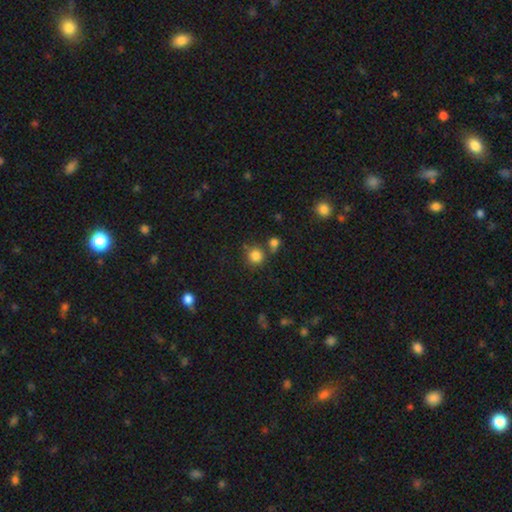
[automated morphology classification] Smooth or featured: smooth — 83% (star or artifact — 12%)
How rounded: round — 92% (in between — 7%)
Merging: none — 72% (merger — 15%)